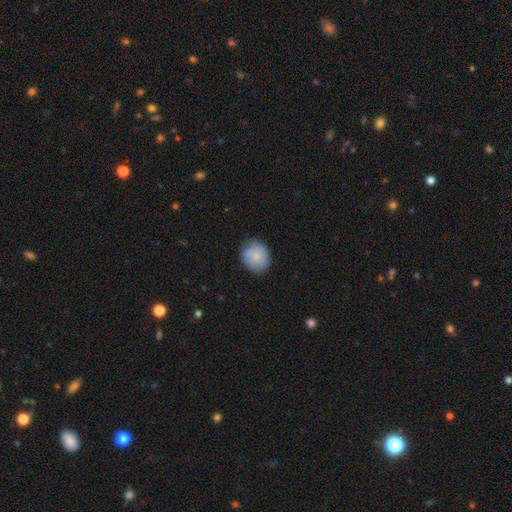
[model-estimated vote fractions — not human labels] A smooth galaxy with no disk features (79%) that is round (78%).

Vote fractions:
- Smooth or featured? smooth: 79% / featured or disk: 14% / star or artifact: 7%
- How rounded? round: 78% / in between: 21% / cigar-shaped: 1%
- Merging? none: 75% / minor disturbance: 20% / major disturbance: 4% / merger: 2%